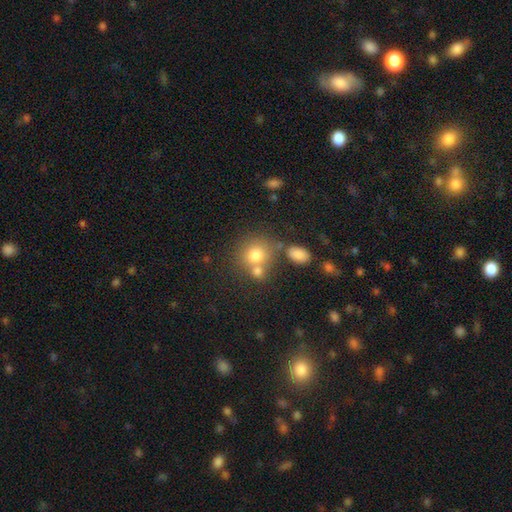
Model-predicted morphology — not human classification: smooth-or-featured: smooth: 74% | star or artifact: 14% | featured or disk: 13%
  how-rounded: round: 79% | in between: 20% | cigar-shaped: 1%
  merging: none: 53% | merger: 31% | minor disturbance: 11% | major disturbance: 5%